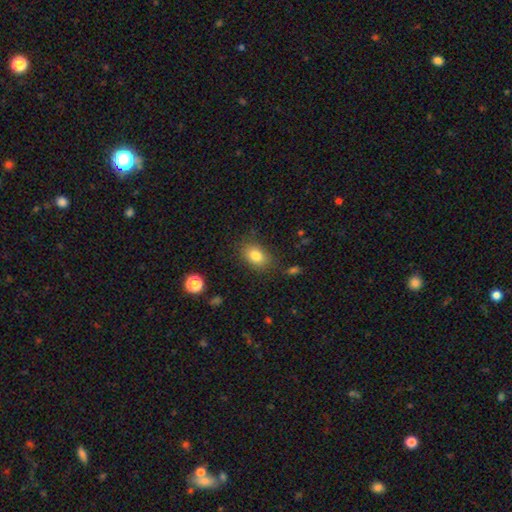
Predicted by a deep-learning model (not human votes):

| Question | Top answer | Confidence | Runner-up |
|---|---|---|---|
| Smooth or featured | smooth | 81% | star or artifact (10%) |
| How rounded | in between | 76% | round (23%) |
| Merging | none | 81% | minor disturbance (13%) |